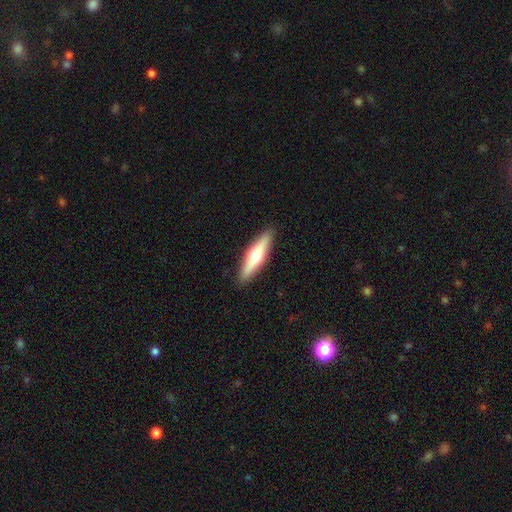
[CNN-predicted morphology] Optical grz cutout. It shows a smooth galaxy with no disk features (48%). Merging: none (90%).